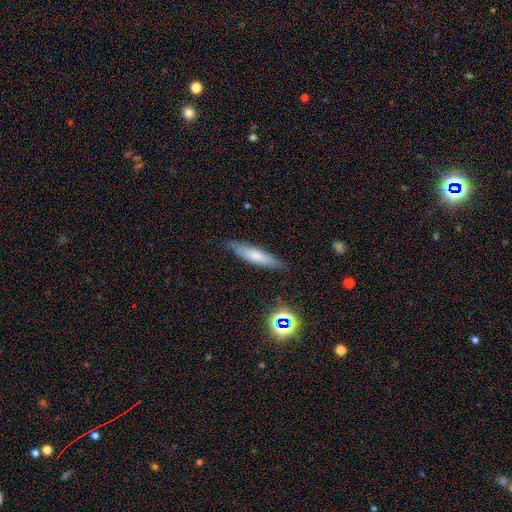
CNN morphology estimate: This is likely a smooth galaxy (67%). How rounded: likely cigar-shaped (79%). Merging: clearly none (82%).